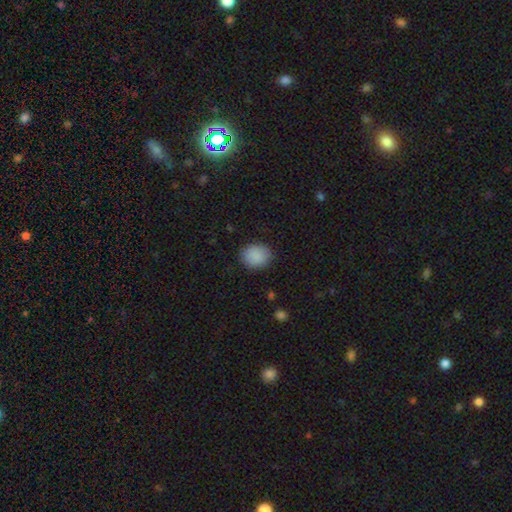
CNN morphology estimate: Smooth or featured: smooth — 89% (star or artifact — 7%)
How rounded: round — 67% (in between — 32%)
Merging: none — 87% (minor disturbance — 10%)